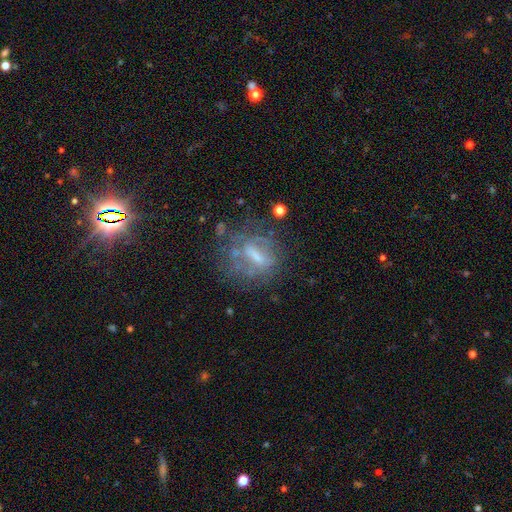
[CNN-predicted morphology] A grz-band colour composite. It shows a featured or disk galaxy (59%) with a weak bar (37%), no spiral arms (73%) and a moderate central bulge (33%). Merging: none (50%).